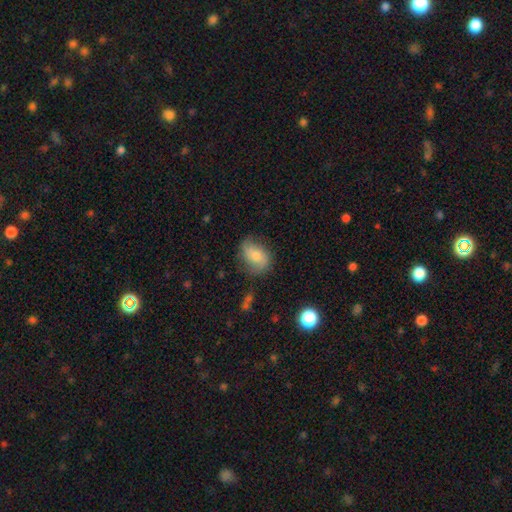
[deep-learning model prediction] A smooth galaxy with no disk features (67%) that is in between round and cigar-shaped (73%). Merging: none (65%).